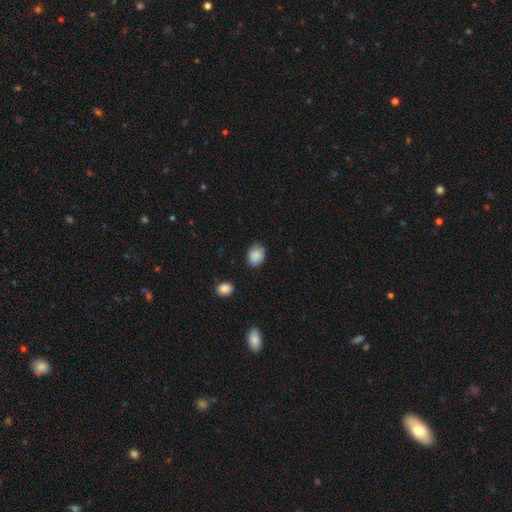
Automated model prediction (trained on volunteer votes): smooth-or-featured: smooth: 87% | star or artifact: 8% | featured or disk: 5%
  how-rounded: in between: 56% | round: 43% | cigar-shaped: 1%
  merging: none: 72% | minor disturbance: 21% | major disturbance: 4% | merger: 2%